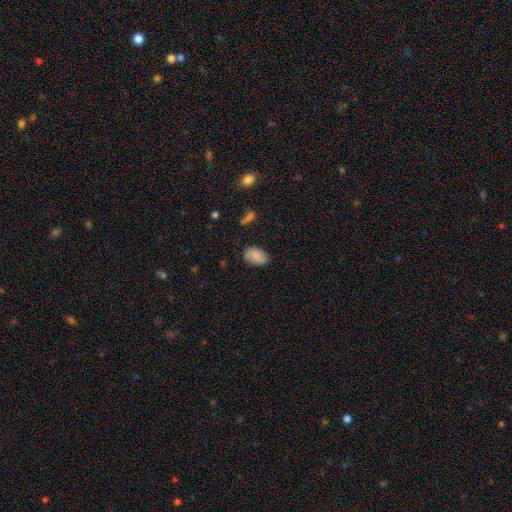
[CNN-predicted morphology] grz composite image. It shows a smooth galaxy with no disk features (85%) that is in between round and cigar-shaped (91%). Merging: none (78%).